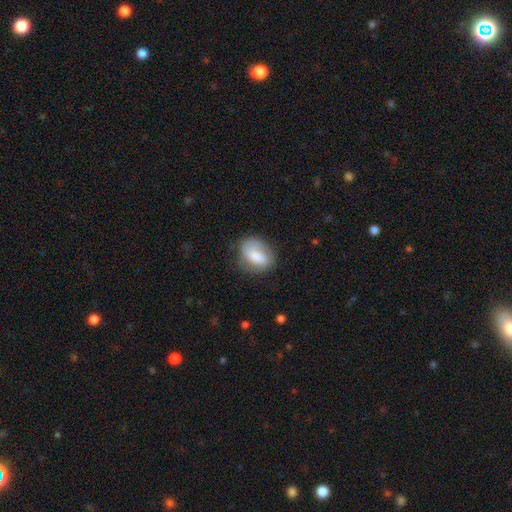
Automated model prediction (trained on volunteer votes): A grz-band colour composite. It shows a smooth galaxy with no disk features (61%) that is in between round and cigar-shaped (70%). Merging: none (65%).